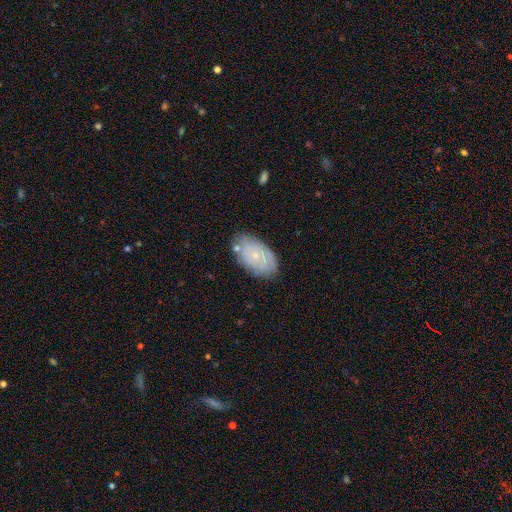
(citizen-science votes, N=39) Q: Smooth or featured?
A: smooth (62%); runner-up: featured or disk (38%)
Q: How rounded?
A: in between (92%); runner-up: round (8%)
Q: Merging?
A: none (85%); runner-up: merger (8%)